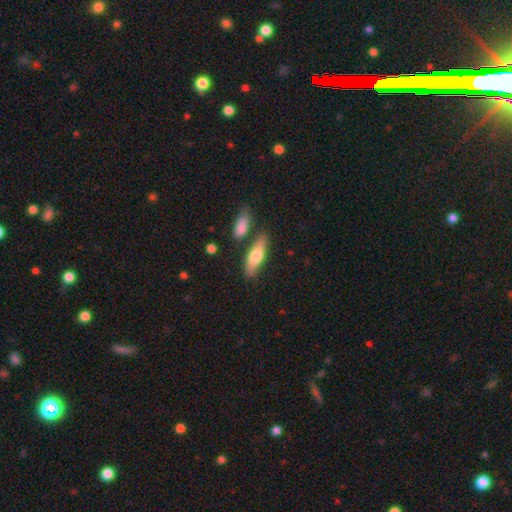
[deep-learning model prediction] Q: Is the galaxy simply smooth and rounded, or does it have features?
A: smooth — 69%.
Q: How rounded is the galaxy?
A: in between — 55%.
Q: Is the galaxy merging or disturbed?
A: none — 71%.